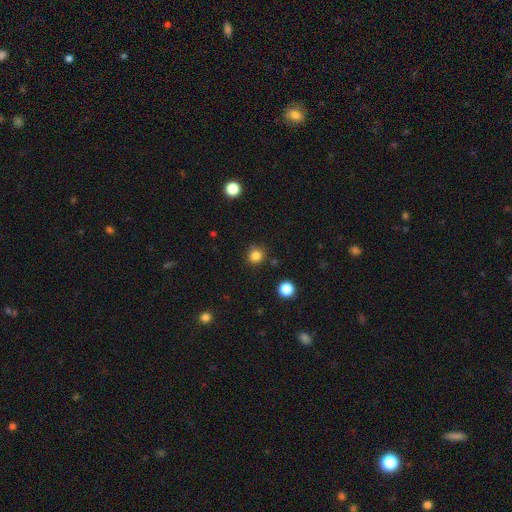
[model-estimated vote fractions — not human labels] Morphology: type=smooth (82%); roundness=round (90%); merging=none (84%).